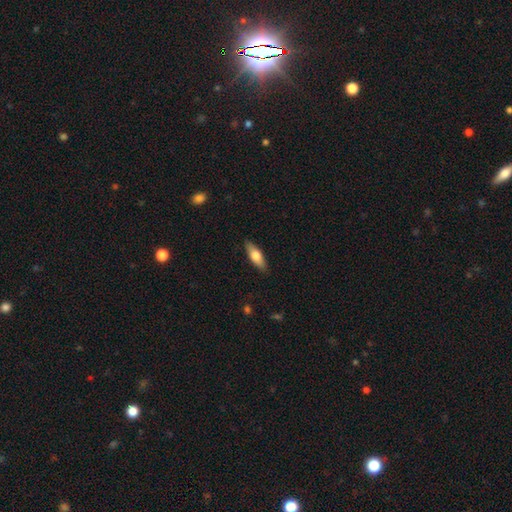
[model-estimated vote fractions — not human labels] This appears to be a smooth galaxy with no disk features (68%) that is in between round and cigar-shaped (60%). Merging: none (87%).